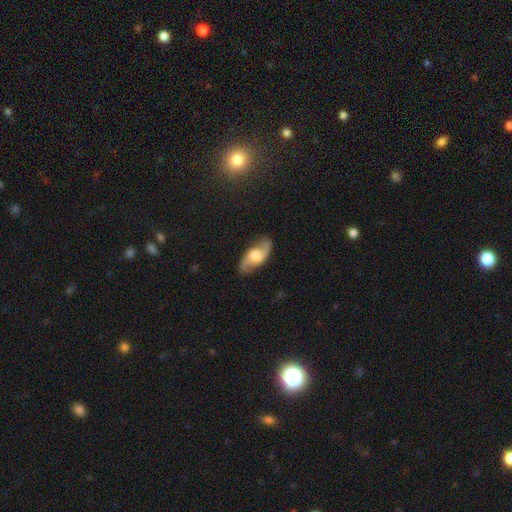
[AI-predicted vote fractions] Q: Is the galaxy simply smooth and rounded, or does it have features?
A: featured or disk — 71%.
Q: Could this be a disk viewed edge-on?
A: no — 89%.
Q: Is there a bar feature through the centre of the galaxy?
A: no — 52%.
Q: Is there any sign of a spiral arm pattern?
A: yes — 92%.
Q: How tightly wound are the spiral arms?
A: loose — 62%.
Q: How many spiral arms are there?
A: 2 — 91%.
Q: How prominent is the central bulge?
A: moderate — 53%.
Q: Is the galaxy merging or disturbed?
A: none — 80%.